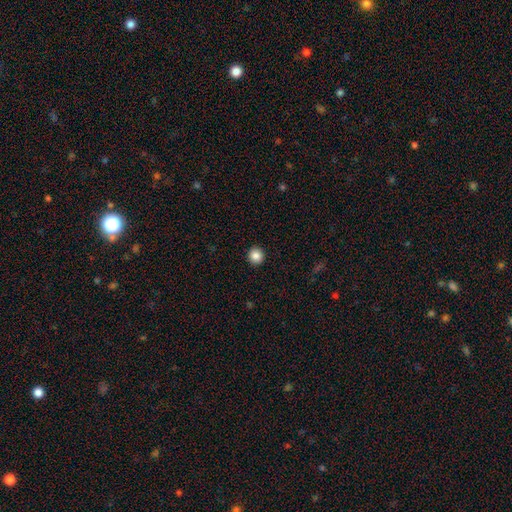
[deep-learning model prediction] The model was most divided on "smooth or featured": smooth: 87%, star or artifact: 10%, featured or disk: 4%. More confident: merging — none (93%); how rounded — round (93%).